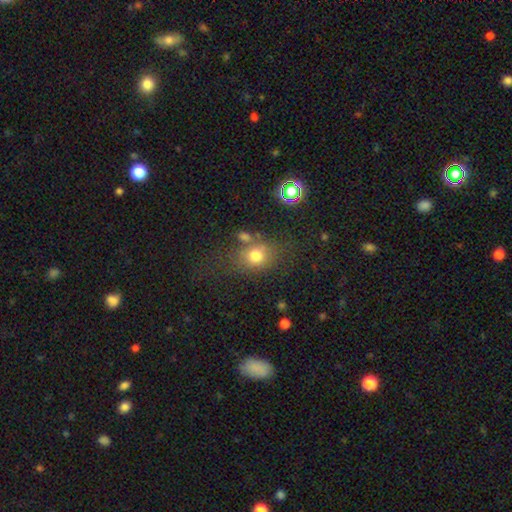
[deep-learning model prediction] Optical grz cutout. It shows a smooth galaxy with no disk features (73%) that is round (57%). Merging: none (61%).